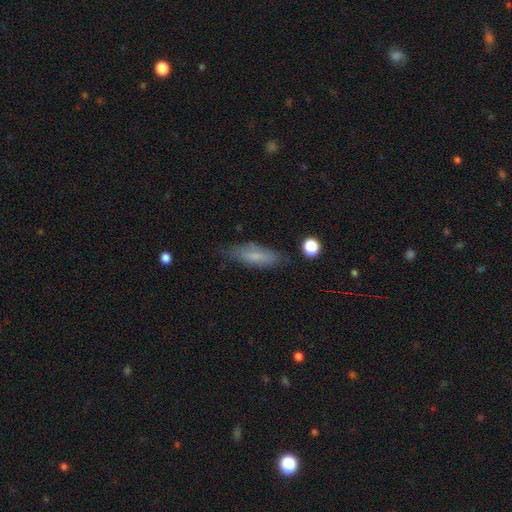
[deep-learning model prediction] Overall: smooth (68%). How rounded: cigar-shaped (51%; in between 46%). Merging: none (73%).